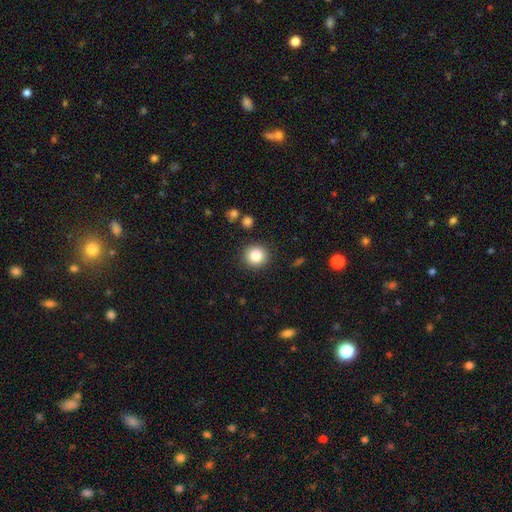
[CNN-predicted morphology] Smooth or featured?
  - smooth: 84% *
  - star or artifact: 10%
  - featured or disk: 6%
How rounded?
  - round: 91% *
  - in between: 8%
  - cigar-shaped: 1%
Merging?
  - none: 90% *
  - minor disturbance: 6%
  - major disturbance: 2%
  - merger: 2%